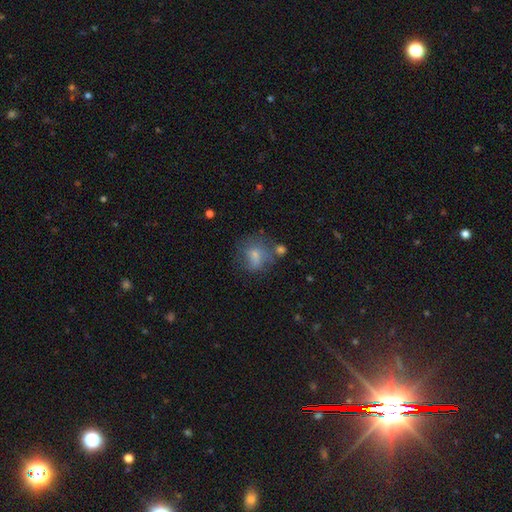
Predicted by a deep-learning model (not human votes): smooth 66%, featured or disk 24%, star or artifact 10%. Down the decision tree: how rounded — round (69%); merging — none (47%).